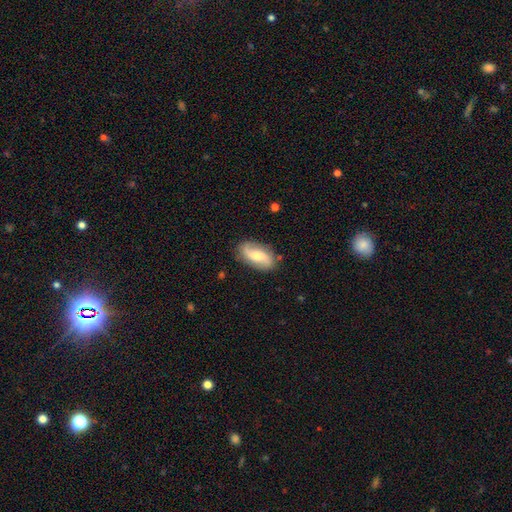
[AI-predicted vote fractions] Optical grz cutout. It shows a featured or disk galaxy (63%) with no bar (51%), 2 (89%) loose (62%) spiral arms (91%) and a moderate central bulge (60%). Merging: none (83%).